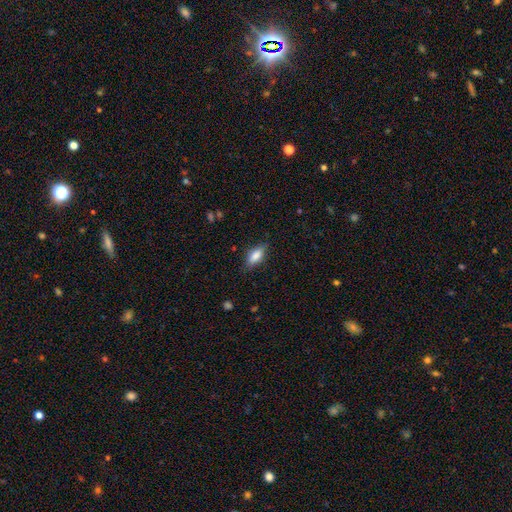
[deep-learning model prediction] Smooth or featured? smooth (82%)
How rounded? in between (82%)
Merging? none (80%)